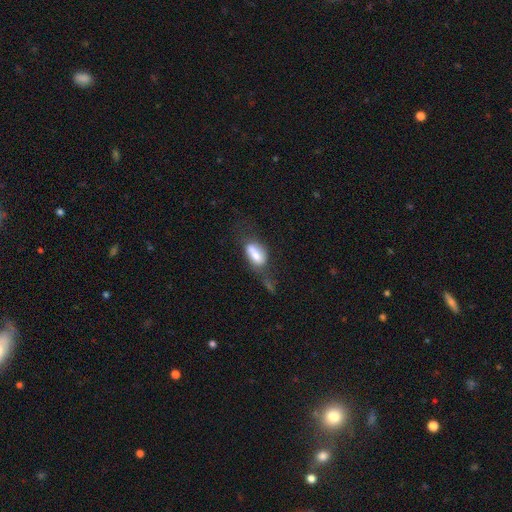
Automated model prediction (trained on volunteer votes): Overall: smooth (63%; featured or disk 29%). How rounded: in between (82%). Merging: none (31%; major disturbance 25%).